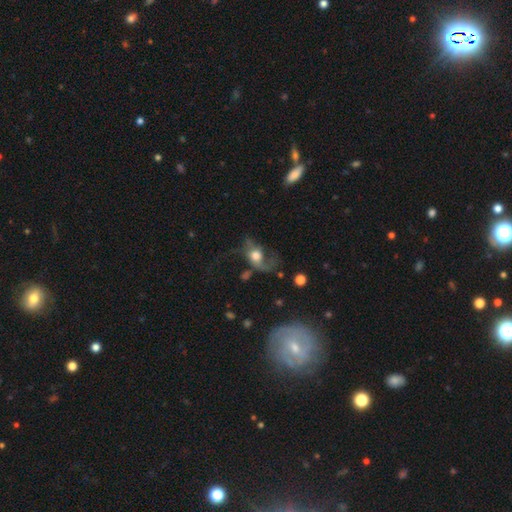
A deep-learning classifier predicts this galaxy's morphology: Smooth or featured: featured or disk — 55% (smooth — 34%)
Edge-on disk: no — 92% (yes — 8%)
Bar: no — 76% (weak — 19%)
Spiral arms: yes — 68% (no — 32%)
Bulge size: moderate — 43% (large — 41%)
Merging: major disturbance — 49% (none — 29%)